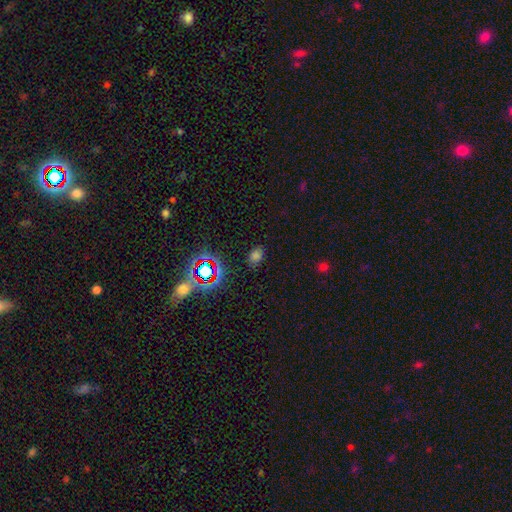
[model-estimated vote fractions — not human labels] Morphology: type=smooth (61%); roundness=in between (71%); merging=none (82%).